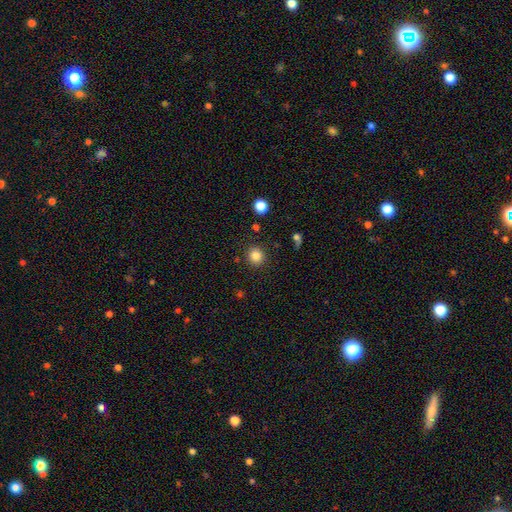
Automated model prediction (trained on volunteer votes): Morphology: type=smooth (84%); roundness=round (89%); merging=none (89%).